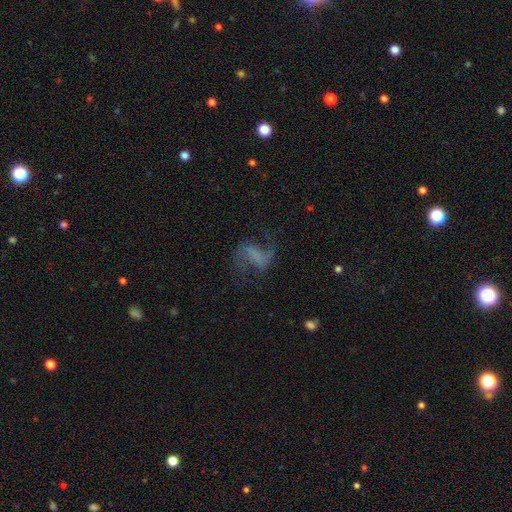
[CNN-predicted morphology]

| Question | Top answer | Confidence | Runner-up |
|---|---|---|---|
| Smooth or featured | featured or disk | 72% | smooth (16%) |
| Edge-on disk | no | 97% | yes (3%) |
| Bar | strong | 37% | weak (36%) |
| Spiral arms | yes | 89% | no (11%) |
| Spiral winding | loose | 68% | medium (27%) |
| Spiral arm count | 2 | 90% | can't tell (3%) |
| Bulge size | none | 67% | small (16%) |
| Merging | none | 62% | major disturbance (20%) |